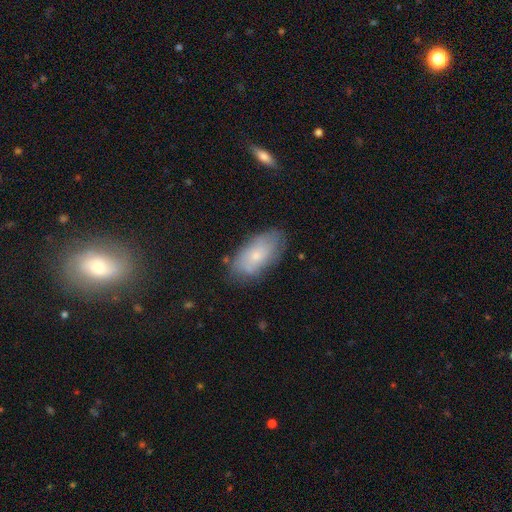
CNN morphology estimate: Smooth or featured? Predicted: smooth (p=0.63). How rounded? Predicted: in between (p=0.92). Merging? Predicted: none (p=0.73).